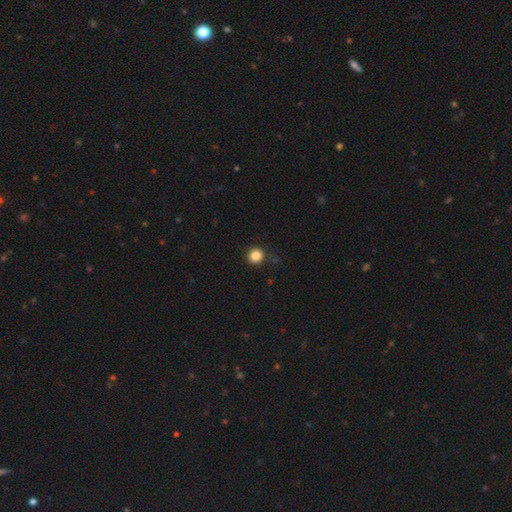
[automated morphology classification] A smooth galaxy with no disk features (87%) that is round (93%). Merging: none (89%).